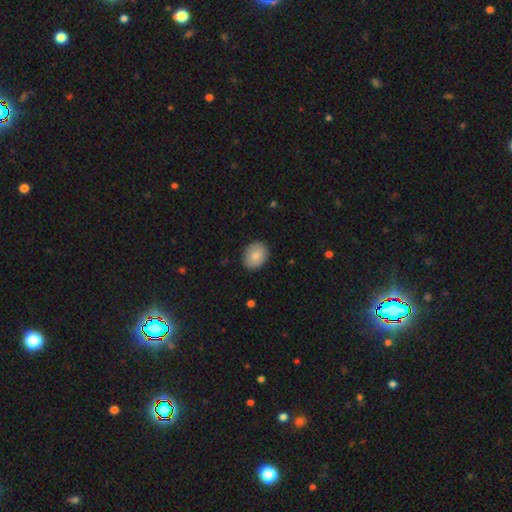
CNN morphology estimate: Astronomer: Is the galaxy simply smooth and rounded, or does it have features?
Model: smooth — 85%.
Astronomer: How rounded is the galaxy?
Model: in between — 62%.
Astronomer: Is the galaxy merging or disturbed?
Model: none — 87%.